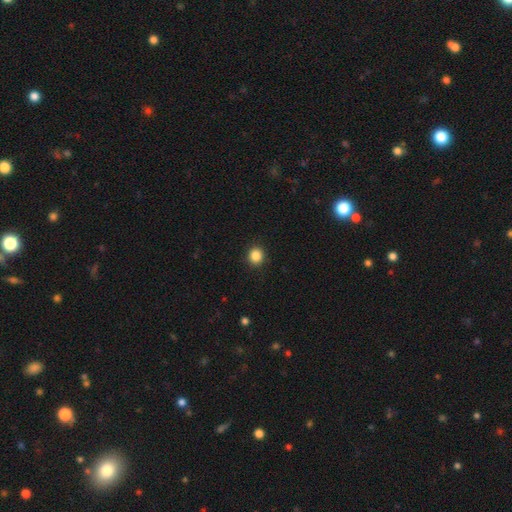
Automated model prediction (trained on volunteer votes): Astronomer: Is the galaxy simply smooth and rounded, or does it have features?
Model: smooth — 86%.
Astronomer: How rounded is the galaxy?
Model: round — 87%.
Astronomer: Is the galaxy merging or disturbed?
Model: none — 92%.